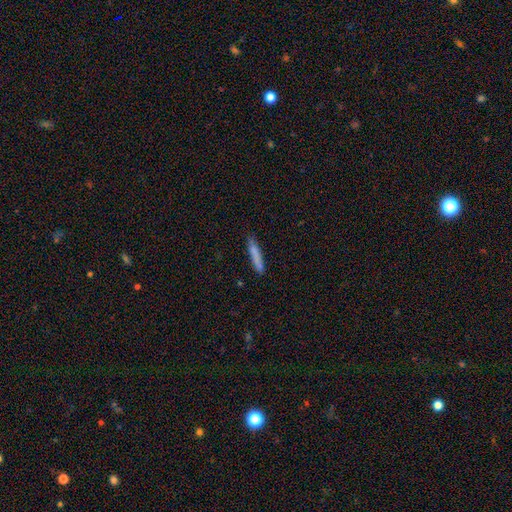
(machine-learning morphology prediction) This appears to be a smooth galaxy with no disk features (78%) that is cigar-shaped (93%). Merging: none (80%).